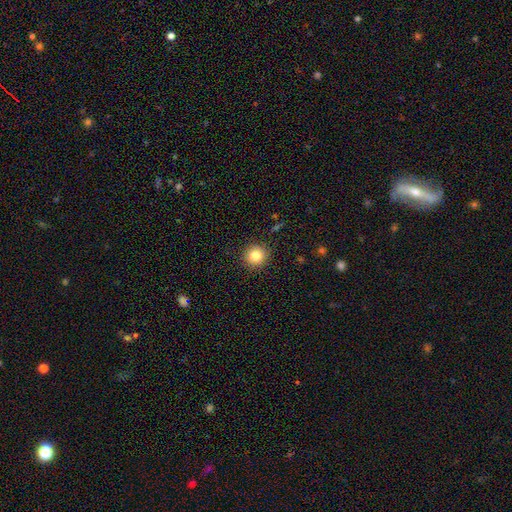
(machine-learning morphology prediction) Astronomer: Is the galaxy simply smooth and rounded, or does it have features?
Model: smooth — 83%.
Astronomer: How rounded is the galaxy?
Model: round — 93%.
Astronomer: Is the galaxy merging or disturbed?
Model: none — 91%.